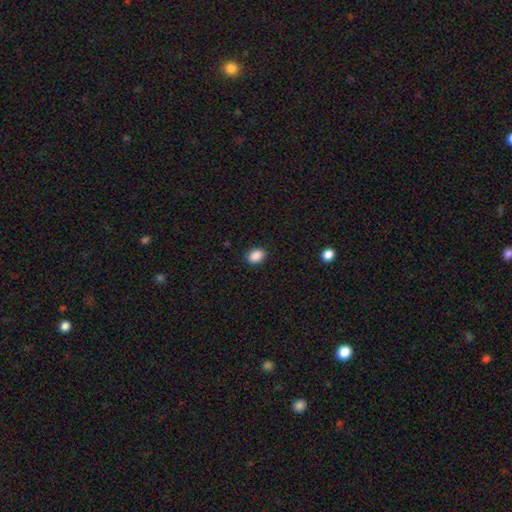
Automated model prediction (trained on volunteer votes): Smooth or featured? smooth (89%)
How rounded? in between (76%)
Merging? none (89%)